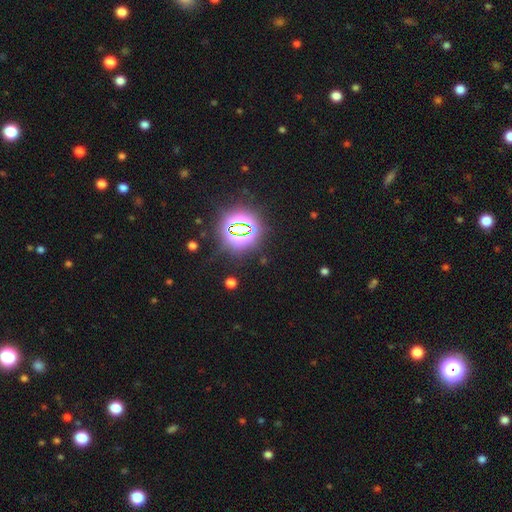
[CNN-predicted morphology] Q: Smooth or featured?
A: star or artifact (77%); runner-up: smooth (17%)